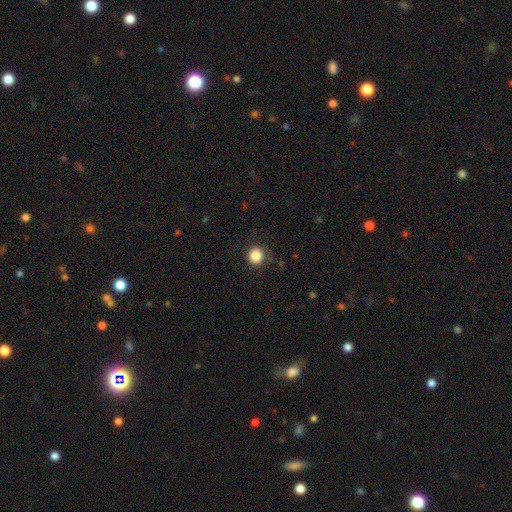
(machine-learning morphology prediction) Q: Smooth or featured?
A: smooth (86%); runner-up: star or artifact (10%)
Q: How rounded?
A: round (90%); runner-up: in between (9%)
Q: Merging?
A: none (89%); runner-up: minor disturbance (7%)